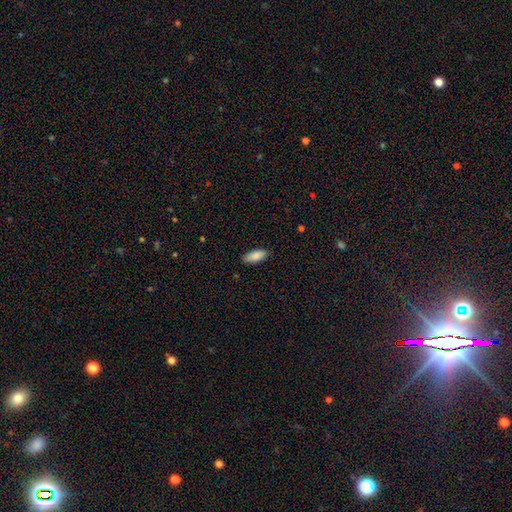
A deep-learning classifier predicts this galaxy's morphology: Q: Smooth or featured?
A: smooth (87%); runner-up: featured or disk (7%)
Q: How rounded?
A: in between (81%); runner-up: cigar-shaped (17%)
Q: Merging?
A: none (87%); runner-up: minor disturbance (10%)